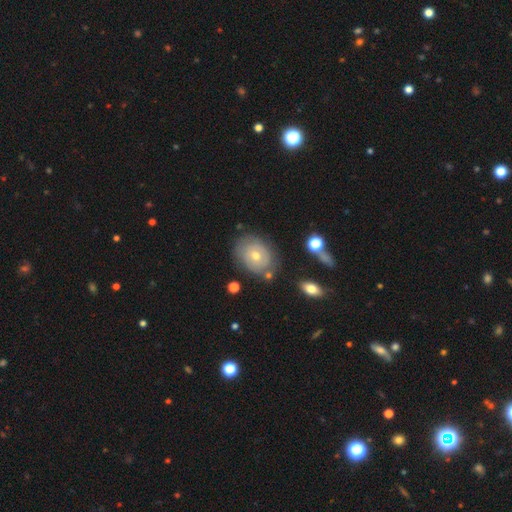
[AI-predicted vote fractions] Smooth or featured?
  - featured or disk: 50% *
  - smooth: 41%
  - star or artifact: 10%
Merging?
  - none: 75% *
  - minor disturbance: 16%
  - major disturbance: 5%
  - merger: 4%